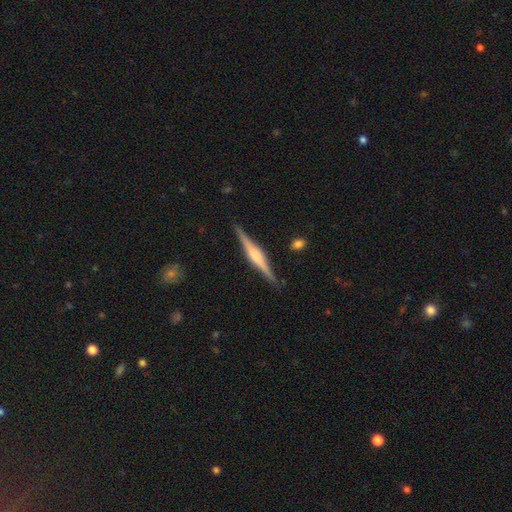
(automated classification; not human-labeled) Q: Smooth or featured?
A: featured or disk (78%); runner-up: smooth (16%)
Q: Edge-on disk?
A: yes (98%); runner-up: no (2%)
Q: Edge-on bulge?
A: rounded (60%); runner-up: boxy (33%)
Q: Merging?
A: none (89%); runner-up: minor disturbance (8%)